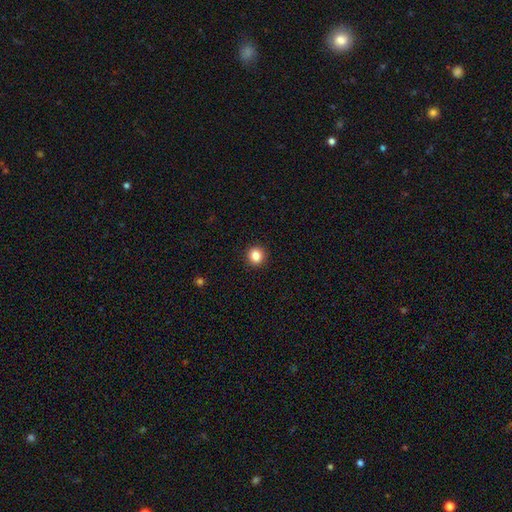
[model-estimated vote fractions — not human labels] This appears to be a smooth galaxy with no disk features (85%) that is round (89%). Merging: none (93%).